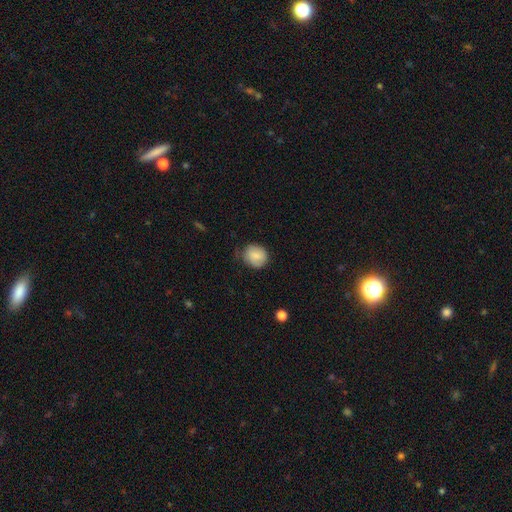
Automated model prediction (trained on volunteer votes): Smooth or featured? smooth (82%)
How rounded? round (74%)
Merging? none (63%)